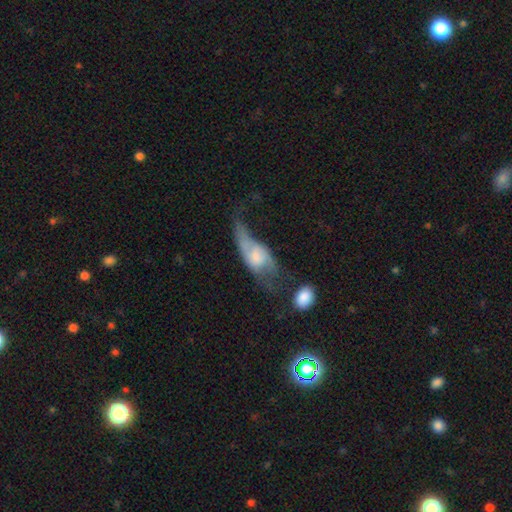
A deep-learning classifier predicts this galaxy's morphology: Smooth or featured? Predicted: featured or disk (p=0.53). Edge-on disk? Predicted: no (p=0.79). Merging? Predicted: major disturbance (p=0.45).